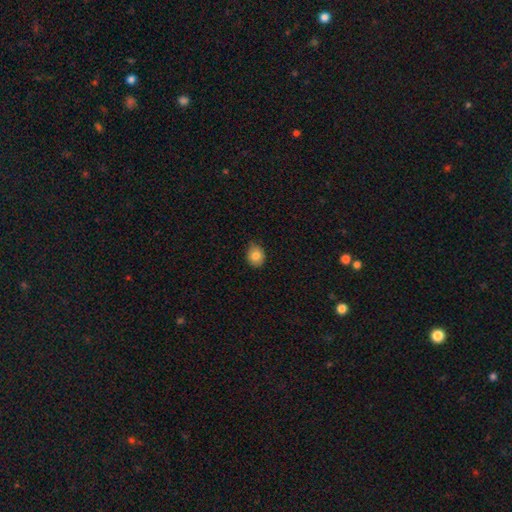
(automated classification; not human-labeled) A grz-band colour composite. It shows a smooth galaxy with no disk features (83%) that is round (56%). Merging: none (75%).